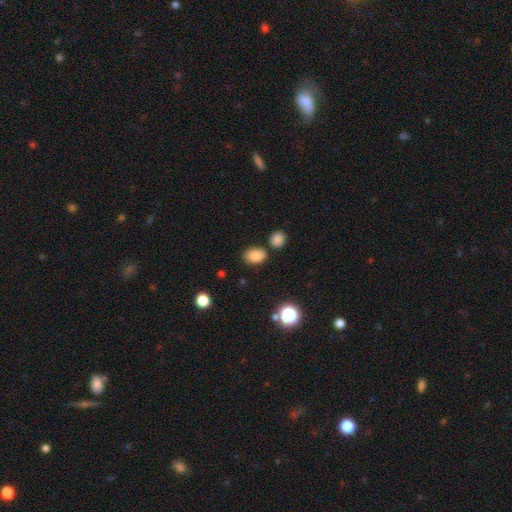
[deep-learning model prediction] A smooth galaxy with no disk features (84%) that is in between round and cigar-shaped (79%).

Vote fractions:
- Smooth or featured? smooth: 84% / star or artifact: 11% / featured or disk: 6%
- How rounded? in between: 79% / round: 19% / cigar-shaped: 1%
- Merging? none: 74% / minor disturbance: 12% / merger: 10% / major disturbance: 3%